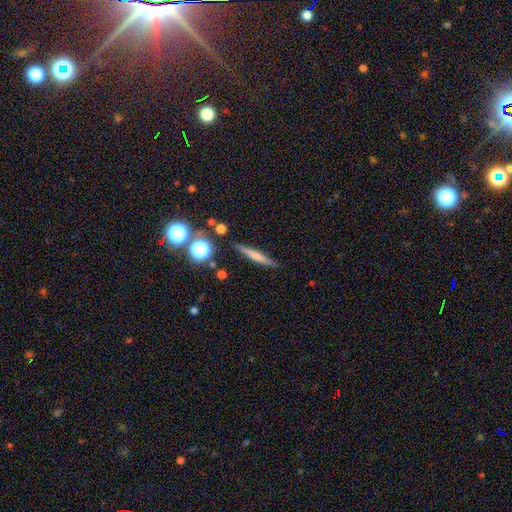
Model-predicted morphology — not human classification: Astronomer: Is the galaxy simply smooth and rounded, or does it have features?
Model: smooth — 53% (runner-up: featured or disk, 38%).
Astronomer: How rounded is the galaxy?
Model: cigar-shaped — 89%.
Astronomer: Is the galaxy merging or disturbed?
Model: none — 85%.